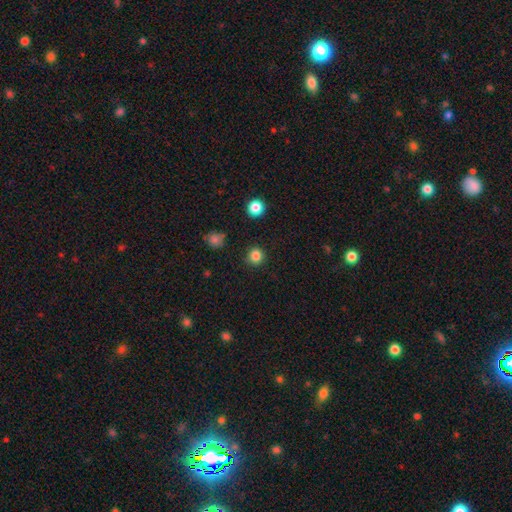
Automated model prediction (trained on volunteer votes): Smooth or featured? Predicted: smooth (p=0.84). How rounded? Predicted: round (p=0.93). Merging? Predicted: none (p=0.90).